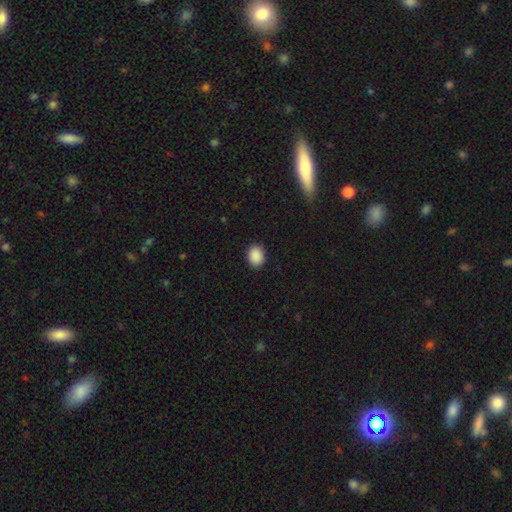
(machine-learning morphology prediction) A smooth galaxy with no disk features (90%) that is in between round and cigar-shaped (51%).

Vote fractions:
- Smooth or featured? smooth: 90% / star or artifact: 8% / featured or disk: 2%
- How rounded? in between: 51% / round: 48% / cigar-shaped: 1%
- Merging? none: 90% / minor disturbance: 7% / major disturbance: 2% / merger: 1%